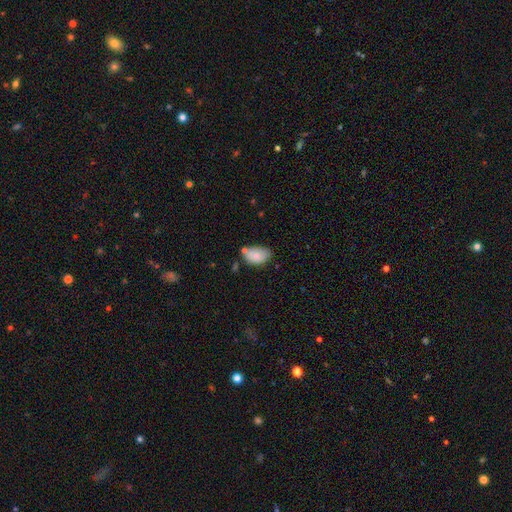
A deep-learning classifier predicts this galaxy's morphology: The model was most divided on "merging": none: 53%, minor disturbance: 29%, merger: 11%, major disturbance: 7%. More confident: how rounded — in between (90%); smooth or featured — smooth (78%).